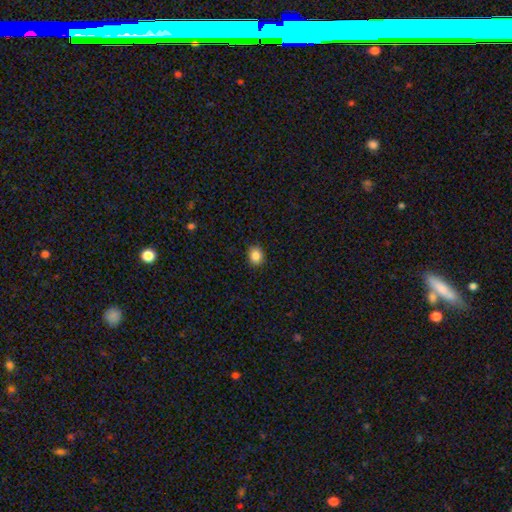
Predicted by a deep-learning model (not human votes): smooth-or-featured: smooth: 86% | star or artifact: 10% | featured or disk: 4%
  how-rounded: round: 67% | in between: 32% | cigar-shaped: 1%
  merging: none: 90% | minor disturbance: 7% | major disturbance: 2% | merger: 1%